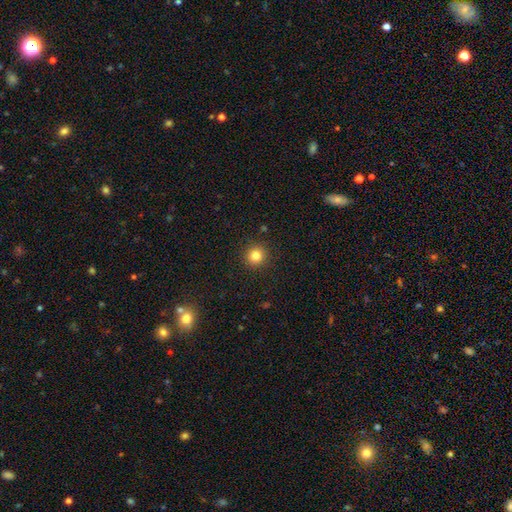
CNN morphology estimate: A smooth galaxy with no disk features (83%) that is round (93%). Merging: none (91%).